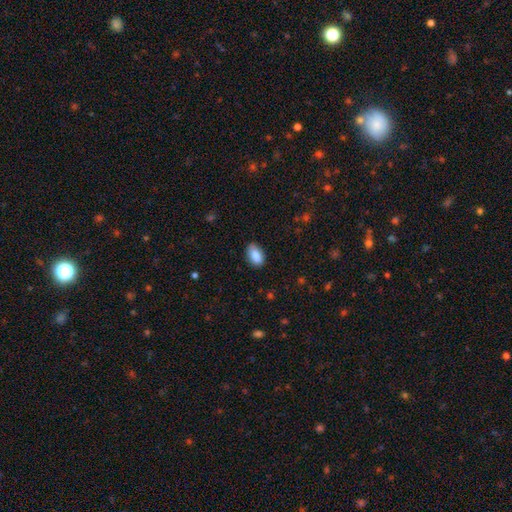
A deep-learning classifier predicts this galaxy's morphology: Q: Smooth or featured?
A: smooth (87%); runner-up: star or artifact (7%)
Q: How rounded?
A: in between (93%); runner-up: round (5%)
Q: Merging?
A: none (84%); runner-up: minor disturbance (13%)